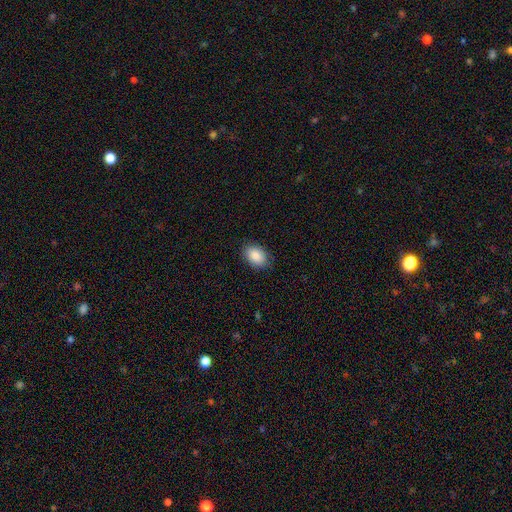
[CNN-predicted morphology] A smooth galaxy with no disk features (88%) that is in between round and cigar-shaped (83%).

Vote fractions:
- Smooth or featured? smooth: 88% / star or artifact: 7% / featured or disk: 5%
- How rounded? in between: 83% / round: 16% / cigar-shaped: 1%
- Merging? none: 85% / minor disturbance: 12% / major disturbance: 3% / merger: 1%